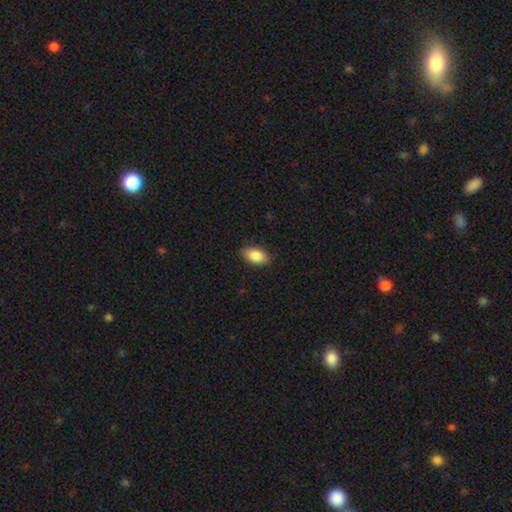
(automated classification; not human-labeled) Smooth or featured? Predicted: smooth (p=0.87). How rounded? Predicted: in between (p=0.92). Merging? Predicted: none (p=0.87).